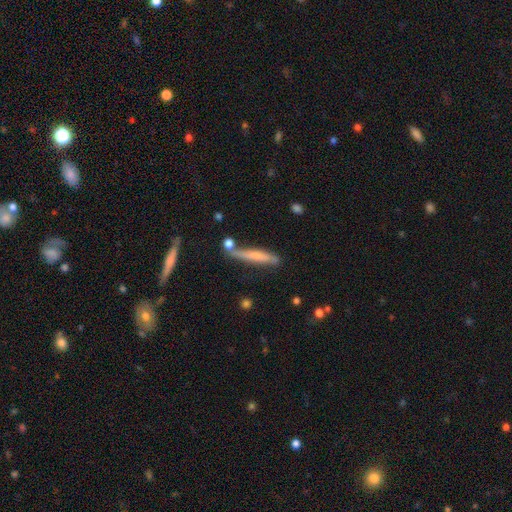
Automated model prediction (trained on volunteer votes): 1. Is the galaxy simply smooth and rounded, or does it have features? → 54% smooth, 38% featured or disk, 7% star or artifact.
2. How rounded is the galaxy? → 91% cigar-shaped, 7% in between, 2% round.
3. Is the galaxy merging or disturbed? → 63% none, 21% minor disturbance, 10% merger, 6% major disturbance.